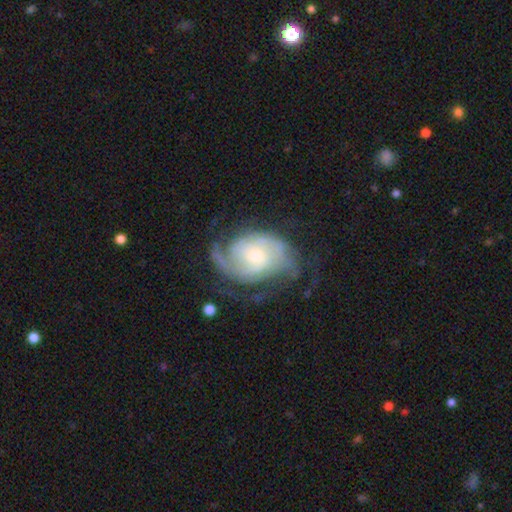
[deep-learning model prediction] smooth-or-featured: featured or disk: 85% | smooth: 9% | star or artifact: 5%
  disk-edge-on: no: 97% | yes: 3%
    bar: no: 65% | weak: 29% | strong: 6%
    has-spiral-arms: yes: 95% | no: 5%
      spiral-winding: medium: 41% | tight: 38% | loose: 21%
      spiral-arm-count: 2: 52% | can't tell: 18% | 3: 13% | 1: 9% | 4: 4% | more than 4: 4%
    bulge-size: small: 56% | moderate: 37% | large: 4% | none: 2% | dominant: 1%
  merging: none: 59% | minor disturbance: 20% | major disturbance: 19% | merger: 2%